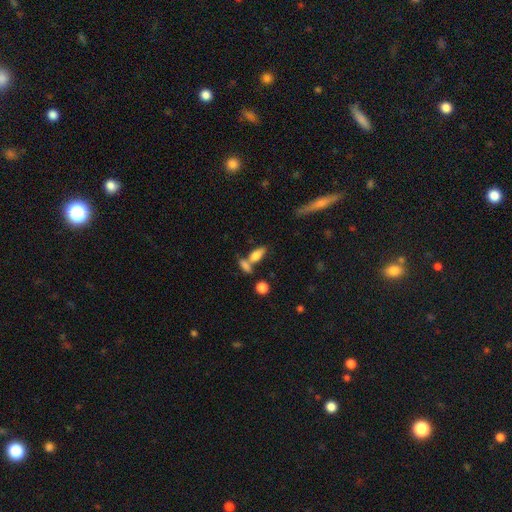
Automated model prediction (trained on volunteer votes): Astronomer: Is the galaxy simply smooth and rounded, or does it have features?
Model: smooth — 72%.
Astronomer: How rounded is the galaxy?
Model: in between — 72%.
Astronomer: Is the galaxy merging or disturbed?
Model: none — 45% (runner-up: merger, 39%).